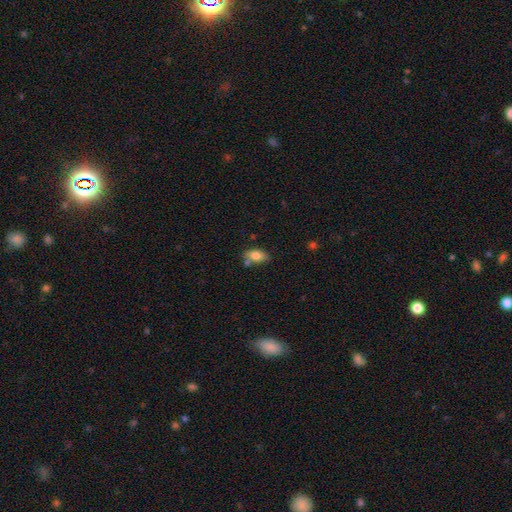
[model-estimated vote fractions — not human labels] Smooth or featured? Predicted: smooth (p=0.80). How rounded? Predicted: in between (p=0.89). Merging? Predicted: none (p=0.66).